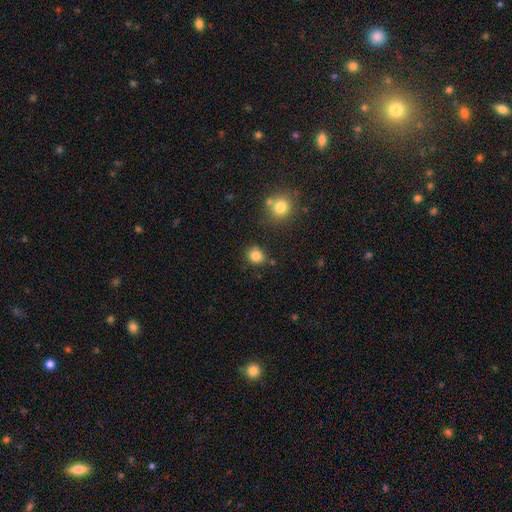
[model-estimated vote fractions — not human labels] Smooth or featured: smooth — 83% (star or artifact — 12%)
How rounded: round — 77% (in between — 22%)
Merging: none — 82% (minor disturbance — 11%)